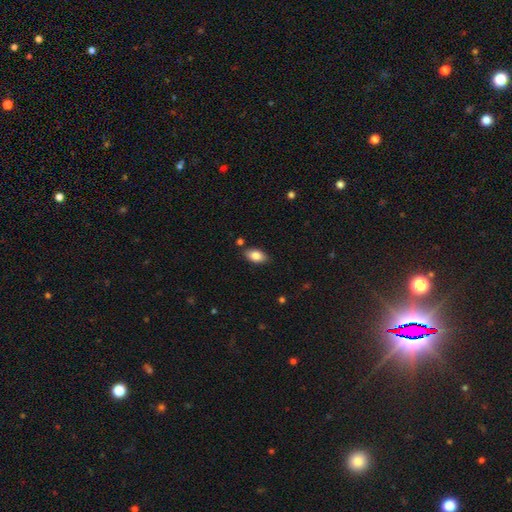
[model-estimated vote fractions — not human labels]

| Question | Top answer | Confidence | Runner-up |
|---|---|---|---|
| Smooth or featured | smooth | 84% | featured or disk (9%) |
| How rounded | in between | 92% | round (5%) |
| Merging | none | 84% | minor disturbance (11%) |